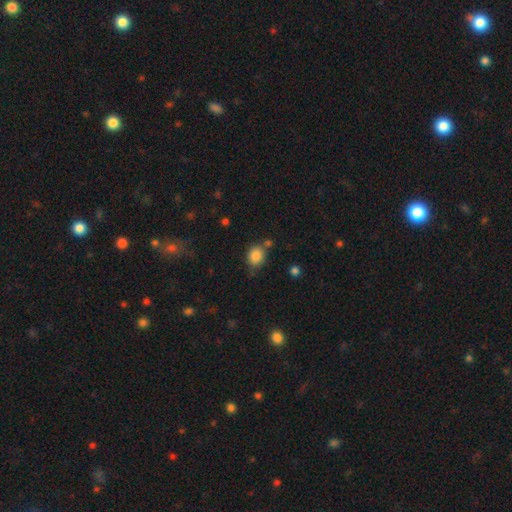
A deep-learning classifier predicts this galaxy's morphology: smooth_or_featured: smooth (p=0.84) [alt: star or artifact p=0.10]
how_rounded: round (p=0.57) [alt: in between p=0.41]
merging: none (p=0.63) [alt: minor disturbance p=0.21]